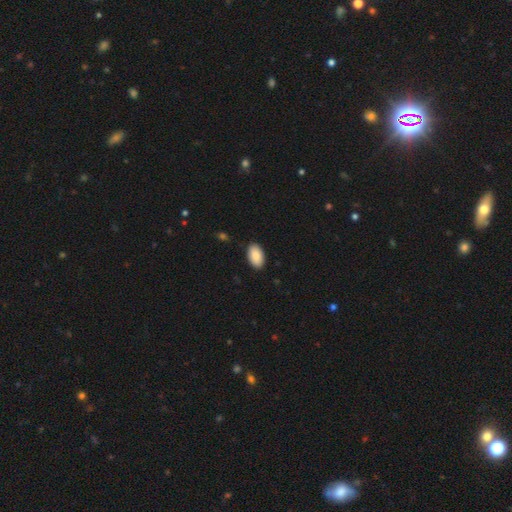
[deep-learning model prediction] smooth 88%, star or artifact 6%, featured or disk 6%. Down the decision tree: how rounded — in between (95%); merging — none (89%).